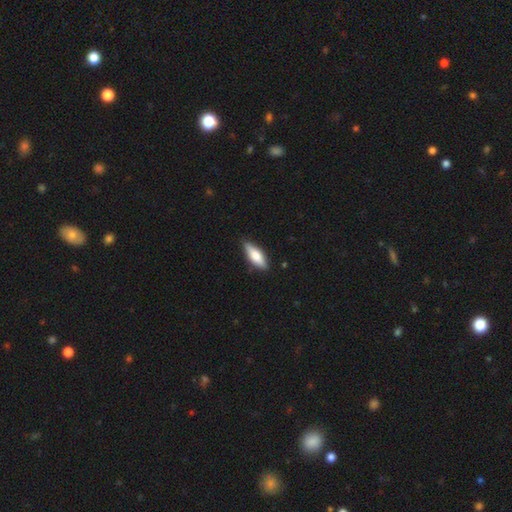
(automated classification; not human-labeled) smooth-or-featured: smooth: 63% | featured or disk: 31% | star or artifact: 6%
  how-rounded: in between: 56% | cigar-shaped: 42% | round: 2%
  merging: none: 86% | minor disturbance: 11% | major disturbance: 2% | merger: 1%